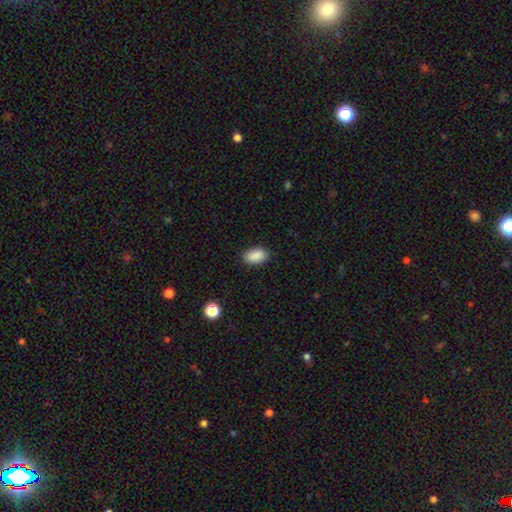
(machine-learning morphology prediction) smooth-or-featured: smooth: 89% | star or artifact: 8% | featured or disk: 3%
  how-rounded: in between: 92% | round: 6% | cigar-shaped: 2%
  merging: none: 87% | minor disturbance: 10% | major disturbance: 2% | merger: 1%